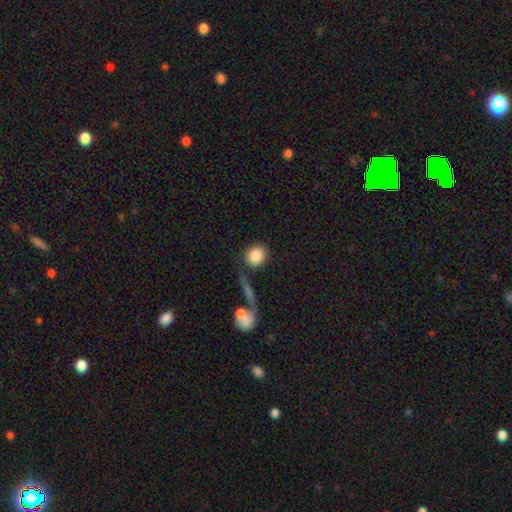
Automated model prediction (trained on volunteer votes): Q: Smooth or featured?
A: smooth (86%); runner-up: star or artifact (7%)
Q: How rounded?
A: round (80%); runner-up: in between (18%)
Q: Merging?
A: none (73%); runner-up: merger (11%)